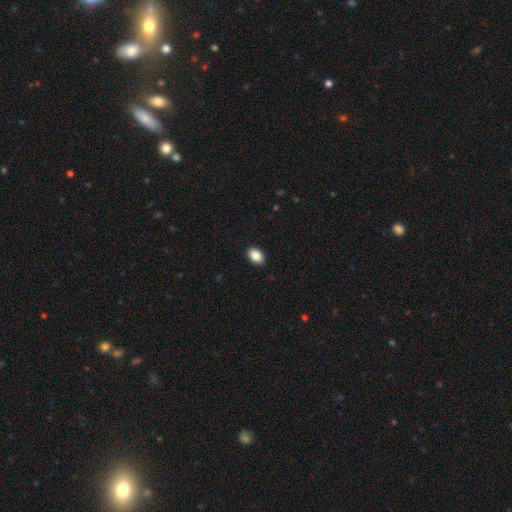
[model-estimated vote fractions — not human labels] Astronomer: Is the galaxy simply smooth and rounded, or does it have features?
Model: smooth — 89%.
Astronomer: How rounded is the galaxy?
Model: in between — 86%.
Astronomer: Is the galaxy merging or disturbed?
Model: none — 91%.